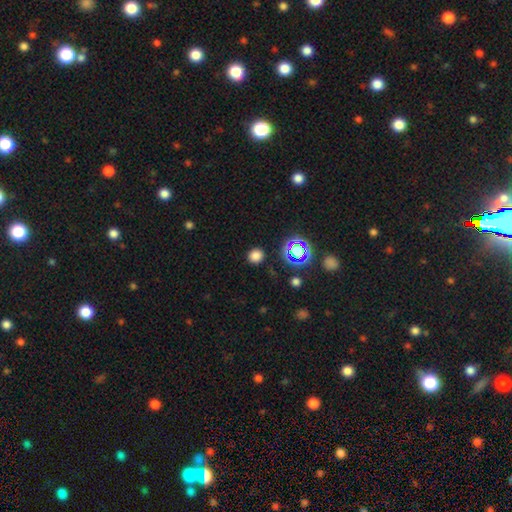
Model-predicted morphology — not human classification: smooth 75%, star or artifact 21%, featured or disk 4%. Down the decision tree: how rounded — round (83%); merging — none (88%).